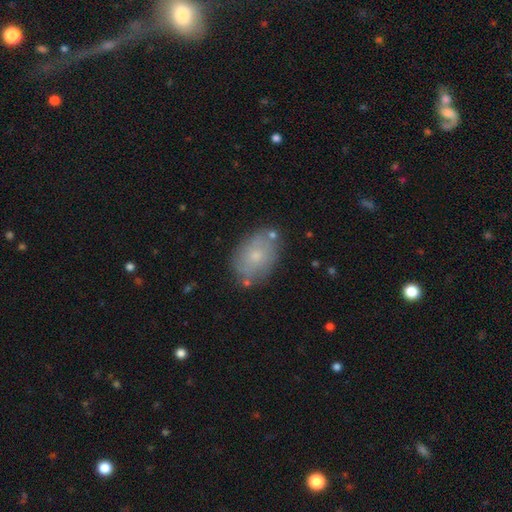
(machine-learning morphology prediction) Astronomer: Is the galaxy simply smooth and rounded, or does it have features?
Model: smooth — 61%.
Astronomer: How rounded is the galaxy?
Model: in between — 83%.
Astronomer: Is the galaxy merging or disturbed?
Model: none — 74%.